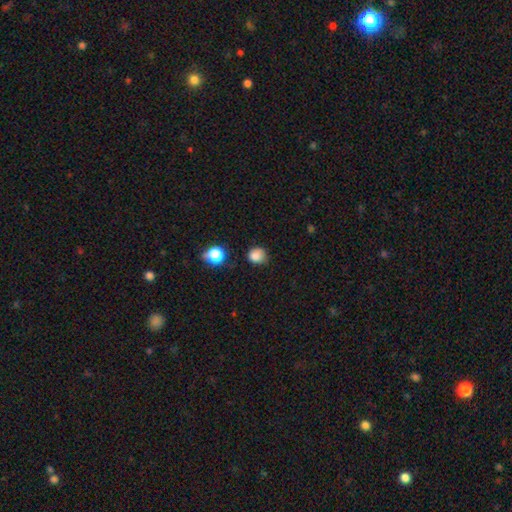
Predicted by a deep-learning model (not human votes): Morphology: type=smooth (82%); roundness=round (75%); merging=none (66%).